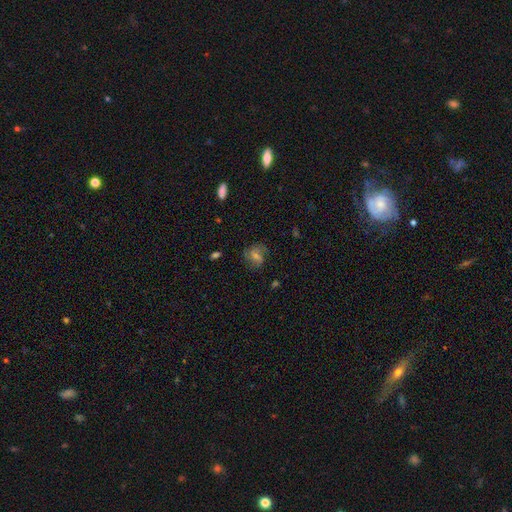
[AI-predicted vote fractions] The model was most divided on "smooth or featured": featured or disk: 46%, smooth: 33%, star or artifact: 21%. More confident: merging — none (70%).